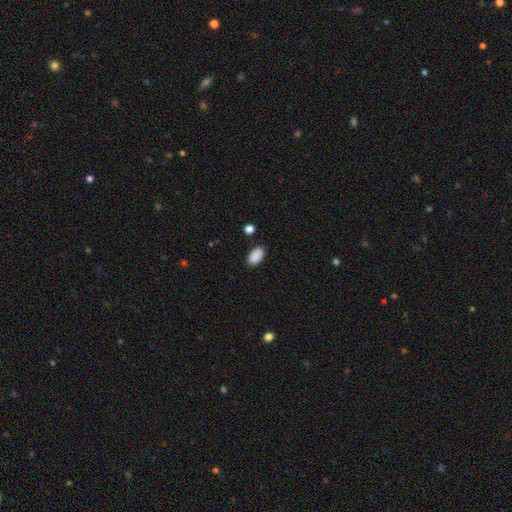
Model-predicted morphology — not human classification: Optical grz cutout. It shows a smooth galaxy with no disk features (90%) that is in between round and cigar-shaped (94%). Merging: none (86%).